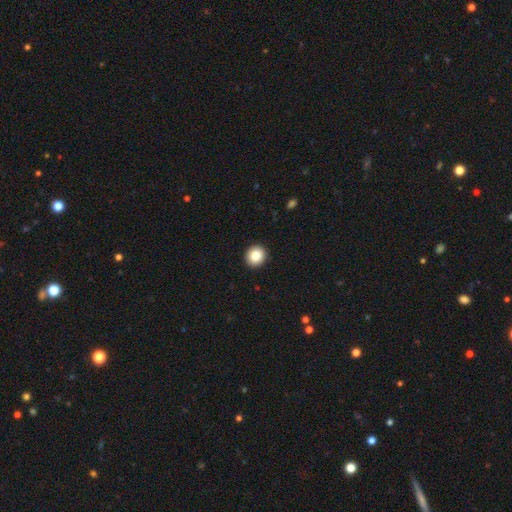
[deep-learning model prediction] A smooth galaxy with no disk features (84%) that is round (85%). Merging: none (93%).